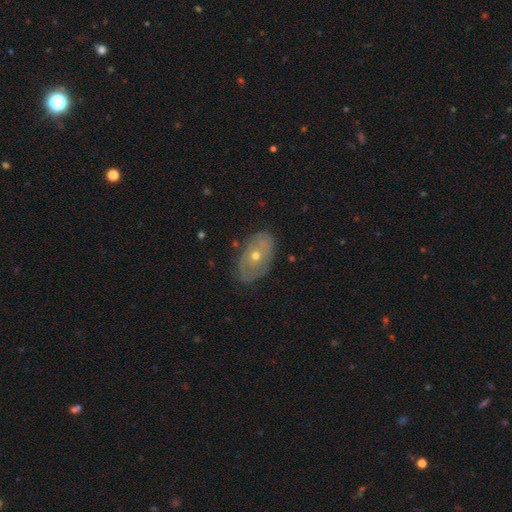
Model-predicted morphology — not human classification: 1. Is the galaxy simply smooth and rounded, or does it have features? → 64% featured or disk, 28% smooth, 8% star or artifact.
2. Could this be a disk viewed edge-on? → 91% no, 9% yes.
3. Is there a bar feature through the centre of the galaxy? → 87% no, 11% weak, 3% strong.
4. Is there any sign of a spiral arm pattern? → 51% no, 49% yes.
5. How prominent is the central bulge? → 54% moderate, 43% small, 1% large, 1% none, 1% dominant.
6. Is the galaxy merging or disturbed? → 78% none, 17% minor disturbance, 4% major disturbance, 1% merger.